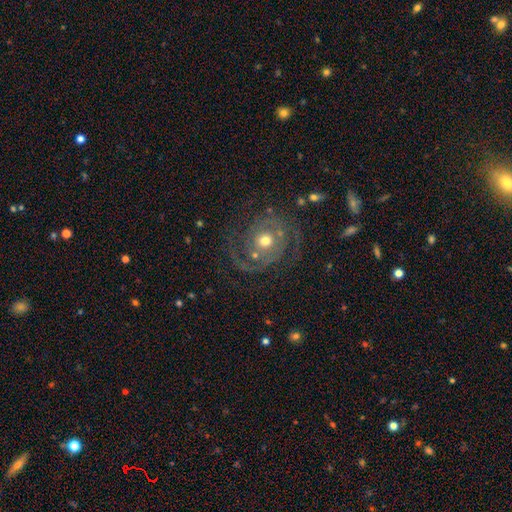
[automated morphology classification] This is clearly a featured or disk galaxy (83%). It is clearly not viewed edge-on (98%). Bar: likely no (75%). Spiral arm pattern: clearly yes (94%). Spiral arm count: likely 2 (69%). Spiral winding: possibly tight (47%). Central bulge: likely moderate (68%). Merging: likely none (74%).